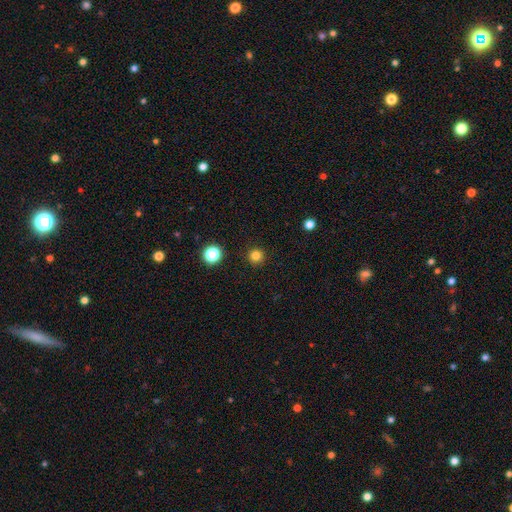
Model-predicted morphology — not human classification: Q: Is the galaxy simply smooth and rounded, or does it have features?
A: smooth — 82%.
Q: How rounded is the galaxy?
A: round — 95%.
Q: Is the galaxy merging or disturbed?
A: none — 92%.